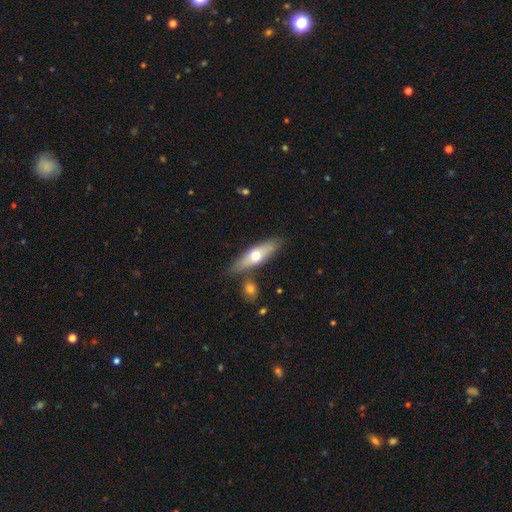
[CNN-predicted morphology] The model was most divided on "how rounded": cigar-shaped: 55%, in between: 42%, round: 3%. More confident: merging — none (74%); smooth or featured — smooth (55%).